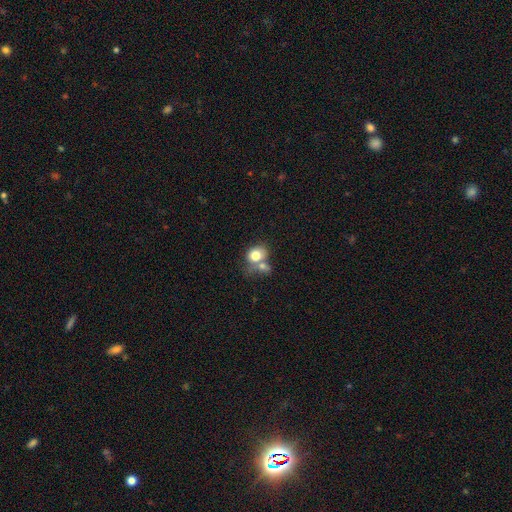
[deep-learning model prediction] The model was most divided on "how rounded": round: 55%, in between: 44%, cigar-shaped: 1%. Remaining: smooth or featured — smooth (77%); merging — merger (49%).